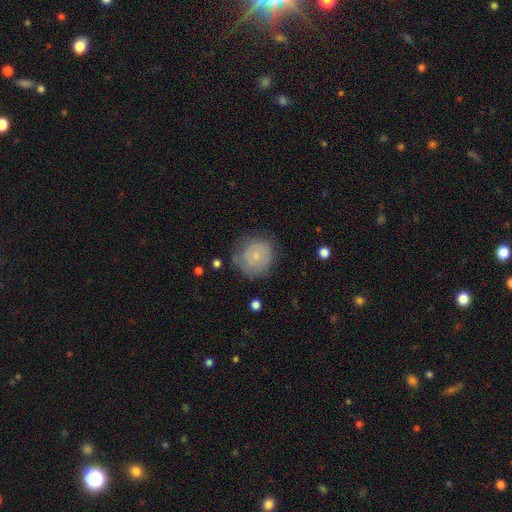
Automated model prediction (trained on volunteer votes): Q: Smooth or featured?
A: smooth (67%); runner-up: featured or disk (24%)
Q: How rounded?
A: round (86%); runner-up: in between (13%)
Q: Merging?
A: none (63%); runner-up: minor disturbance (25%)